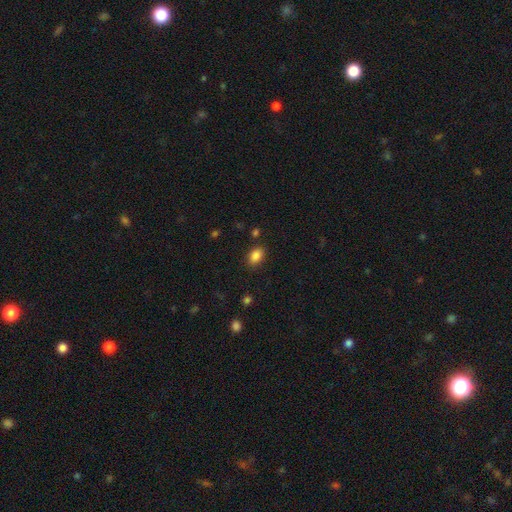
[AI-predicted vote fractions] Morphology: type=smooth (86%); roundness=in between (82%); merging=none (85%).